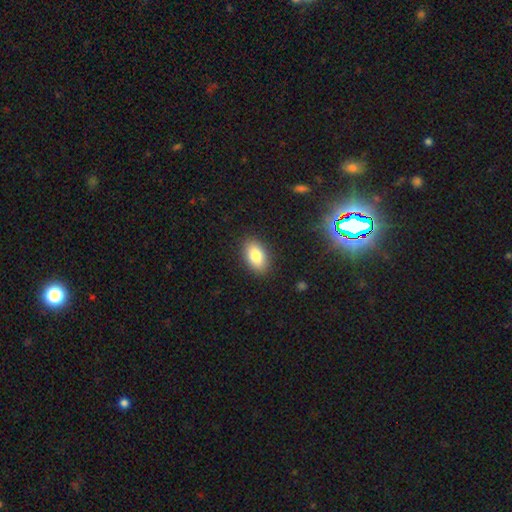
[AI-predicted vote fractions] Smooth or featured: smooth — 82% (featured or disk — 10%)
How rounded: in between — 91% (round — 7%)
Merging: none — 88% (minor disturbance — 9%)